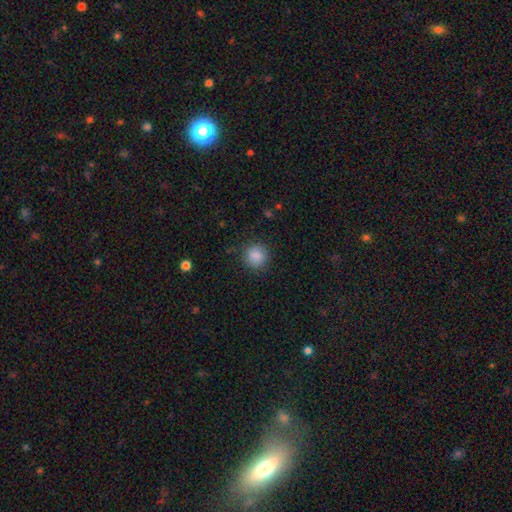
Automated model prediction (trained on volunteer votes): This appears to be a smooth galaxy with no disk features (87%) that is round (92%). Merging: none (87%).